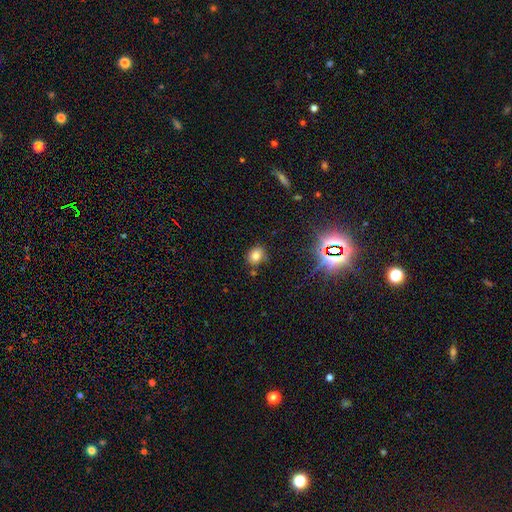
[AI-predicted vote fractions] Smooth or featured? Predicted: smooth (p=0.73). How rounded? Predicted: round (p=0.60). Merging? Predicted: none (p=0.76).